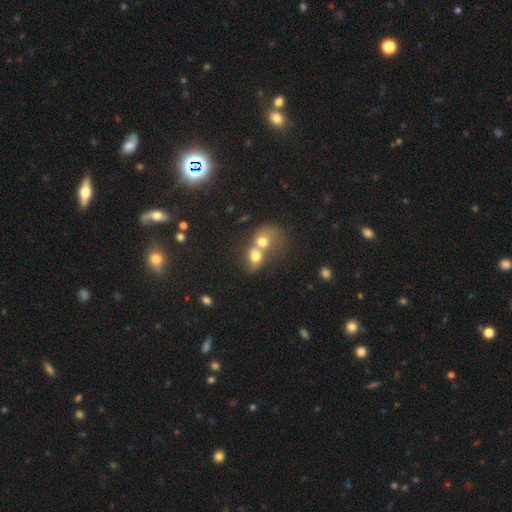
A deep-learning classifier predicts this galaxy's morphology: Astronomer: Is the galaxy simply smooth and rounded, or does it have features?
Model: smooth — 64%.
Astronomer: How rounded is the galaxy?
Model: round — 51% (runner-up: in between, 48%).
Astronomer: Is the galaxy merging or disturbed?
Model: merger — 79%.